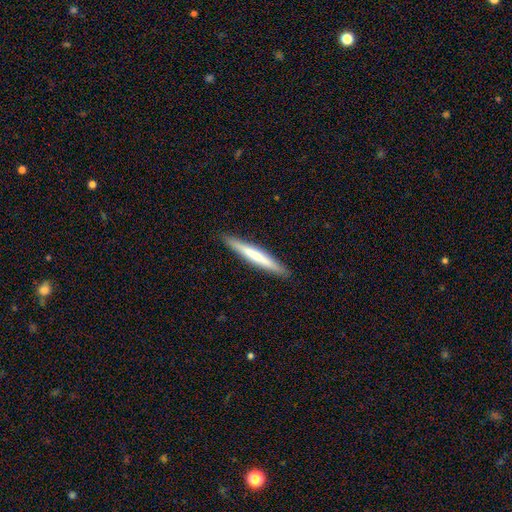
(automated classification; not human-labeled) smooth_or_featured: smooth (p=0.53) [alt: featured or disk p=0.41]
how_rounded: cigar-shaped (p=0.96) [alt: in between p=0.03]
merging: none (p=0.91) [alt: minor disturbance p=0.06]